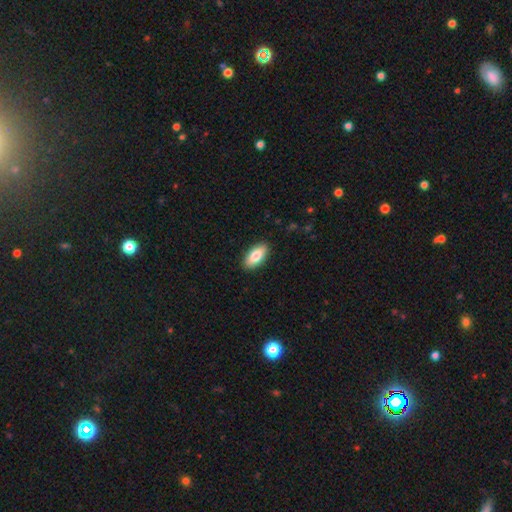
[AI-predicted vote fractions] Smooth or featured: smooth — 83% (featured or disk — 11%)
How rounded: in between — 90% (cigar-shaped — 8%)
Merging: none — 90% (minor disturbance — 8%)